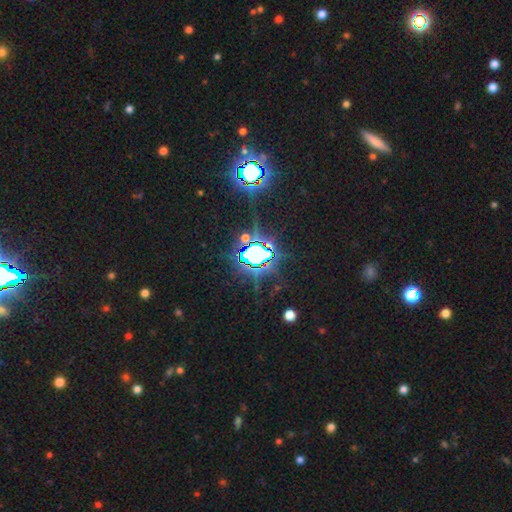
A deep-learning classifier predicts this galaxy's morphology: The model was most divided on "smooth or featured": star or artifact: 78%, smooth: 12%, featured or disk: 10%.